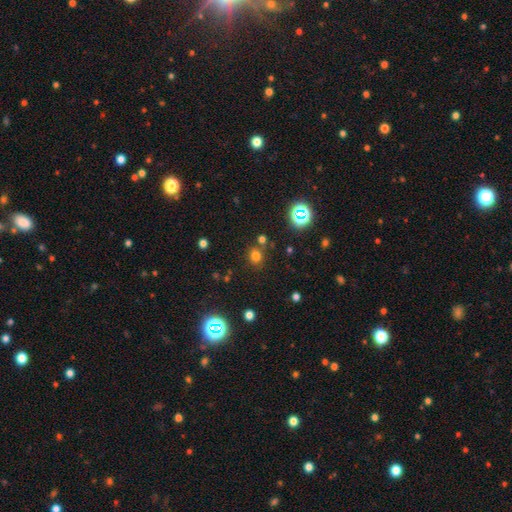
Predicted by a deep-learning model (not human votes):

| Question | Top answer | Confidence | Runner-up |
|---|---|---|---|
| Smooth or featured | smooth | 69% | star or artifact (24%) |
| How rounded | round | 78% | in between (21%) |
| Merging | none | 77% | merger (10%) |